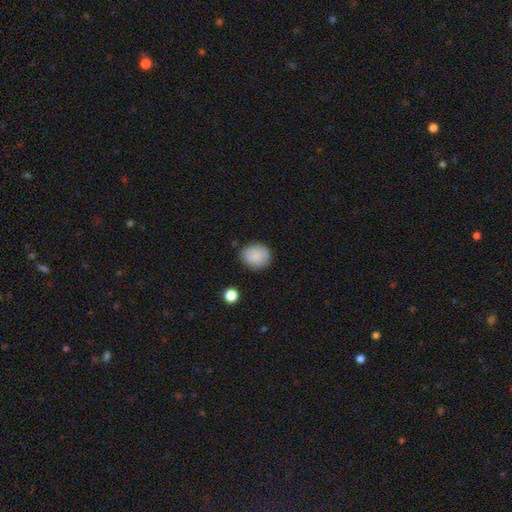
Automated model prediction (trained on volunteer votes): This appears to be a smooth galaxy with no disk features (88%) that is round (73%). Merging: none (83%).